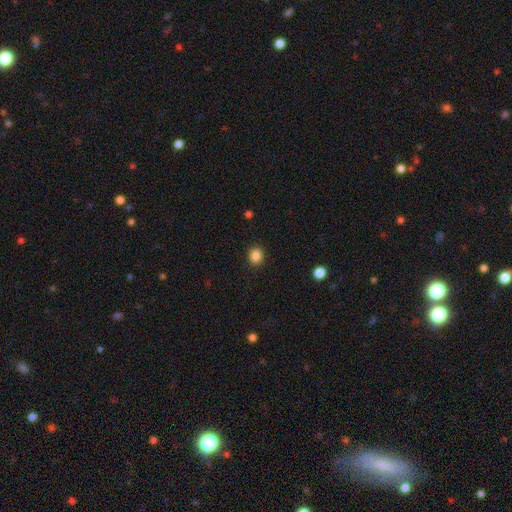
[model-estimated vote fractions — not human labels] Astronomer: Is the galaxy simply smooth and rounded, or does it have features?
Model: smooth — 86%.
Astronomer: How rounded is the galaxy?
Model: round — 77%.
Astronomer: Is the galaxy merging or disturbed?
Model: none — 91%.